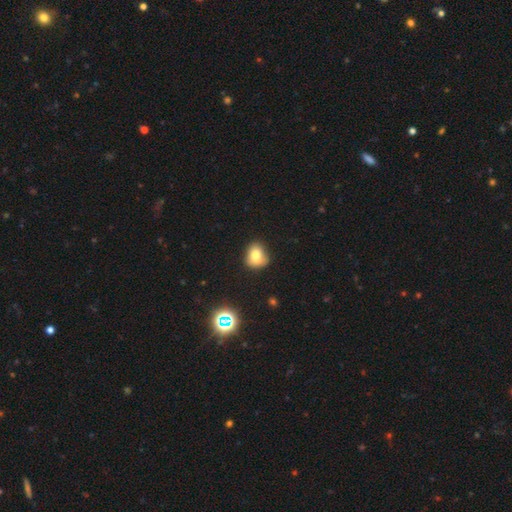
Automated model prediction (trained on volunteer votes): Smooth or featured: smooth — 76% (star or artifact — 13%)
How rounded: round — 57% (in between — 42%)
Merging: none — 60% (minor disturbance — 30%)